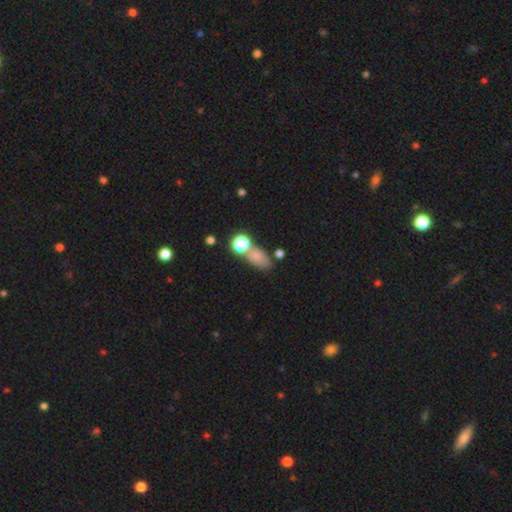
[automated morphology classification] Smooth or featured? smooth (70%)
How rounded? in between (77%)
Merging? none (57%)